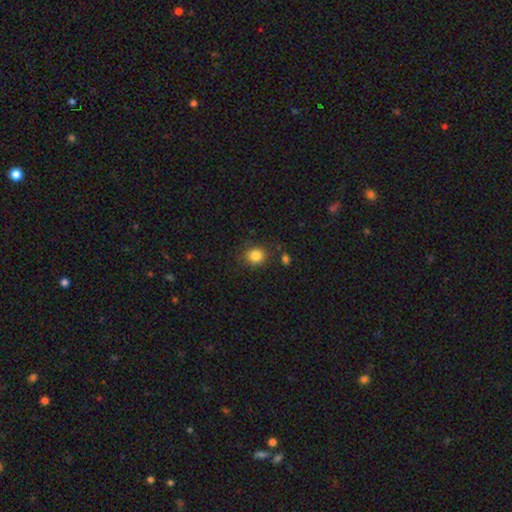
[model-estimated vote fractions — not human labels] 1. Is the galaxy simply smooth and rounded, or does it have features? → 84% smooth, 11% star or artifact, 5% featured or disk.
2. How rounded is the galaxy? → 77% round, 22% in between, 1% cigar-shaped.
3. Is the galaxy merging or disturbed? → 82% none, 11% minor disturbance, 4% major disturbance, 3% merger.